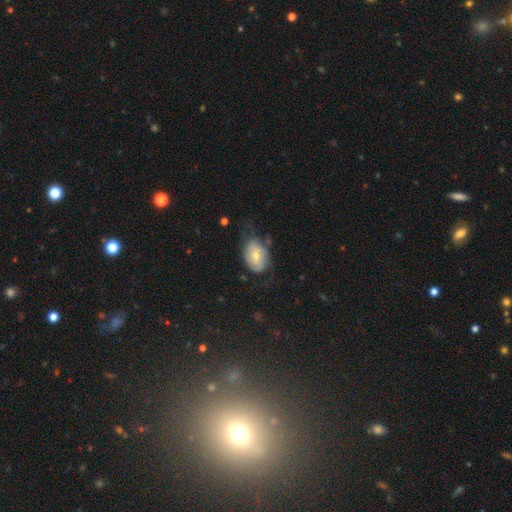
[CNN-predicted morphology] Overall: smooth (57%; featured or disk 36%). How rounded: in between (82%). Merging: none (46%; minor disturbance 33%).